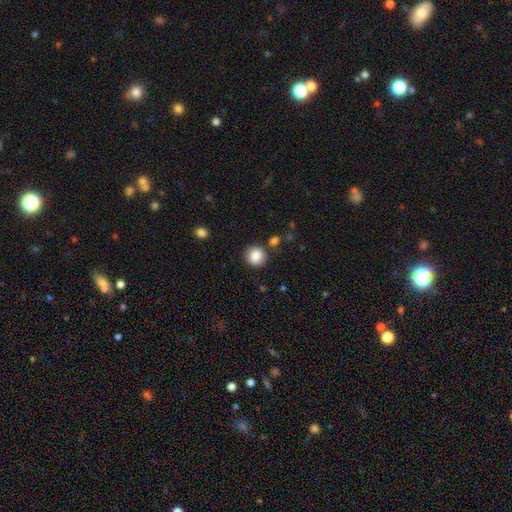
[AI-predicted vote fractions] Q: Smooth or featured?
A: smooth (86%); runner-up: star or artifact (9%)
Q: How rounded?
A: round (85%); runner-up: in between (14%)
Q: Merging?
A: none (84%); runner-up: minor disturbance (9%)